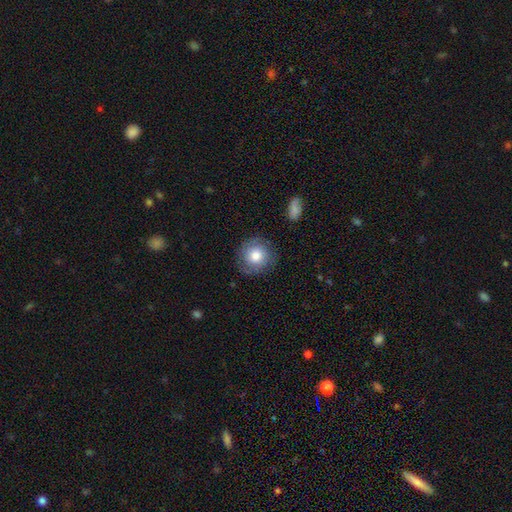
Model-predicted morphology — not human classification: Smooth or featured? smooth (68%)
How rounded? round (92%)
Merging? none (82%)